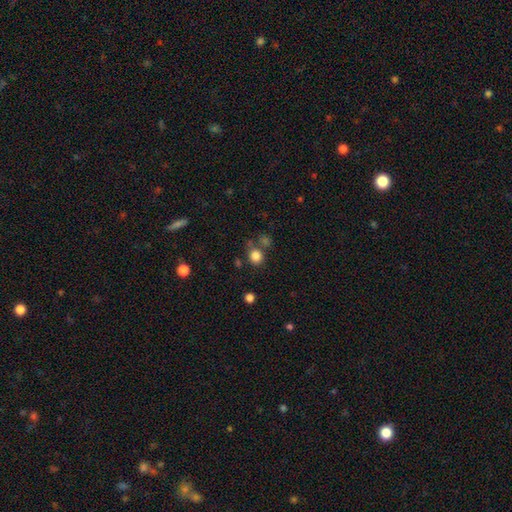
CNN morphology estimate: Smooth or featured?
  - smooth: 83% *
  - star or artifact: 12%
  - featured or disk: 5%
How rounded?
  - round: 82% *
  - in between: 17%
  - cigar-shaped: 1%
Merging?
  - none: 68% *
  - merger: 14%
  - minor disturbance: 12%
  - major disturbance: 5%